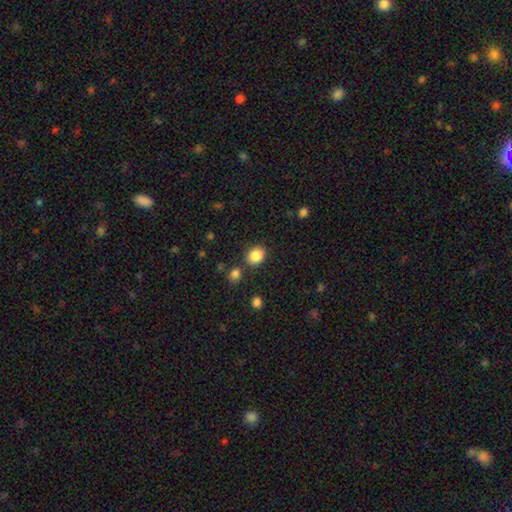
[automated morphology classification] Overall: smooth (87%). How rounded: round (52%; in between 47%). Merging: none (81%).